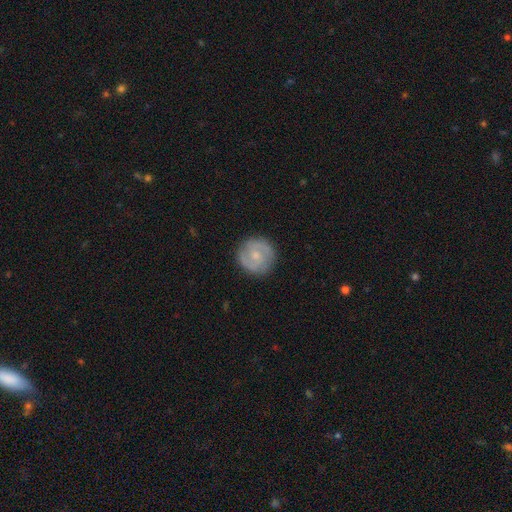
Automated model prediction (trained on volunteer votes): This is likely a featured or disk galaxy (65%). It is clearly not viewed edge-on (98%). Bar: likely no (61%). Spiral arm pattern: clearly yes (89%). Spiral arm count: likely 2 (75%). Spiral winding: possibly tight (48%). Central bulge: possibly small (55%). Merging: clearly none (86%).